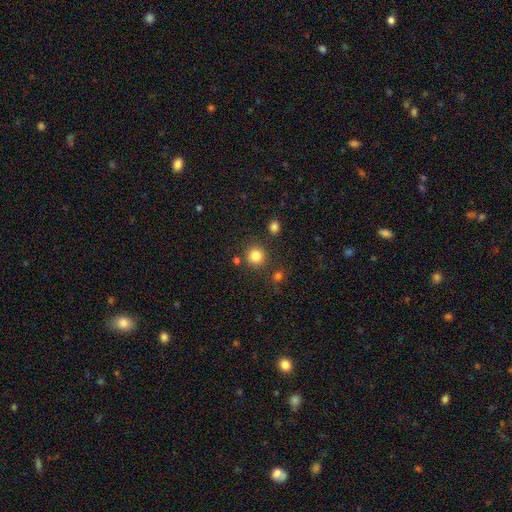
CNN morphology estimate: Smooth or featured? smooth (83%)
How rounded? round (92%)
Merging? none (83%)